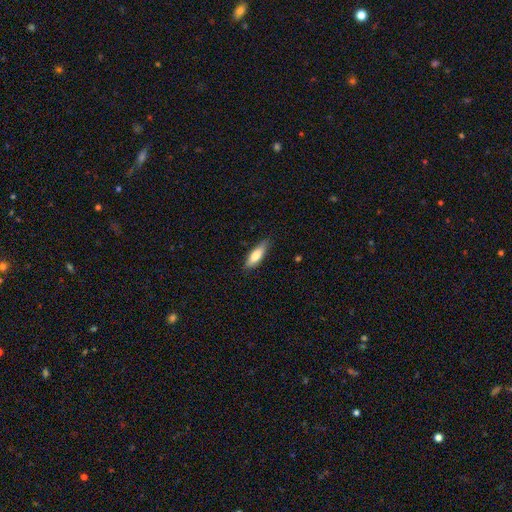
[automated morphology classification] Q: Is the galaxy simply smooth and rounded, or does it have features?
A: smooth — 76%.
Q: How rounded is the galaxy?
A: in between — 54%.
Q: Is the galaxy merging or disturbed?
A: none — 79%.